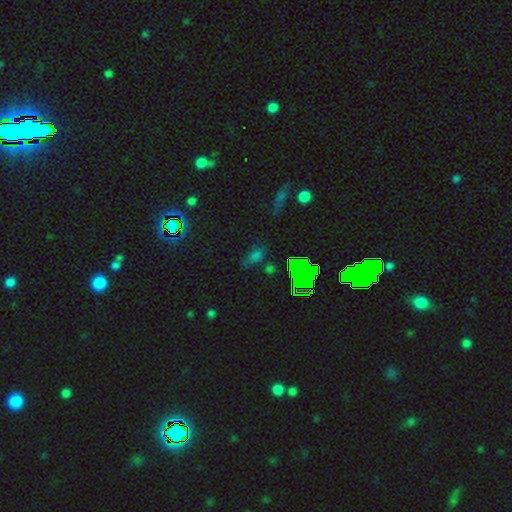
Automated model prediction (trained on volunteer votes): smooth-or-featured: smooth: 46% | star or artifact: 42% | featured or disk: 13%
  merging: none: 69% | minor disturbance: 17% | major disturbance: 9% | merger: 5%